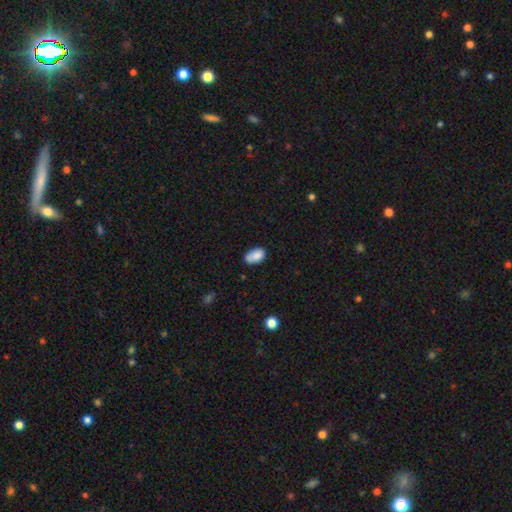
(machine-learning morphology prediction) The model was most divided on "merging": none: 60%, minor disturbance: 25%, merger: 9%, major disturbance: 6%. More confident: how rounded — in between (91%); smooth or featured — smooth (83%).